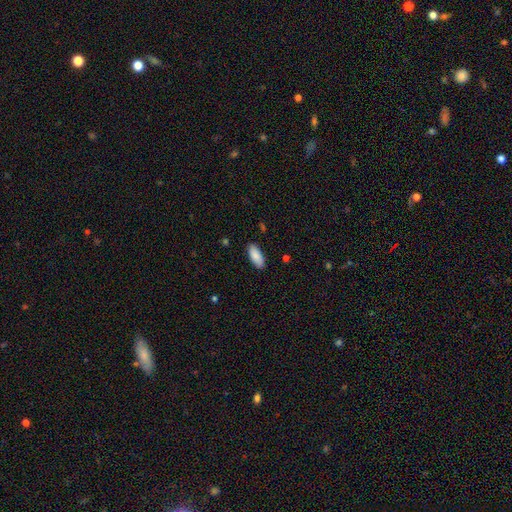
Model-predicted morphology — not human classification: Q: Smooth or featured?
A: smooth (88%); runner-up: star or artifact (6%)
Q: How rounded?
A: in between (85%); runner-up: cigar-shaped (13%)
Q: Merging?
A: none (87%); runner-up: minor disturbance (10%)